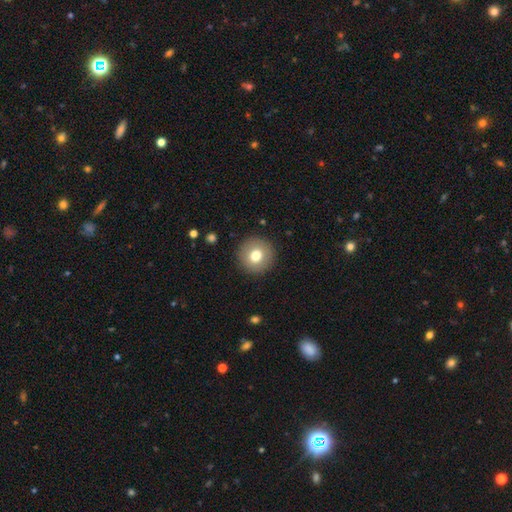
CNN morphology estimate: Q: Smooth or featured?
A: smooth (74%); runner-up: featured or disk (16%)
Q: How rounded?
A: round (95%); runner-up: in between (4%)
Q: Merging?
A: none (91%); runner-up: minor disturbance (6%)